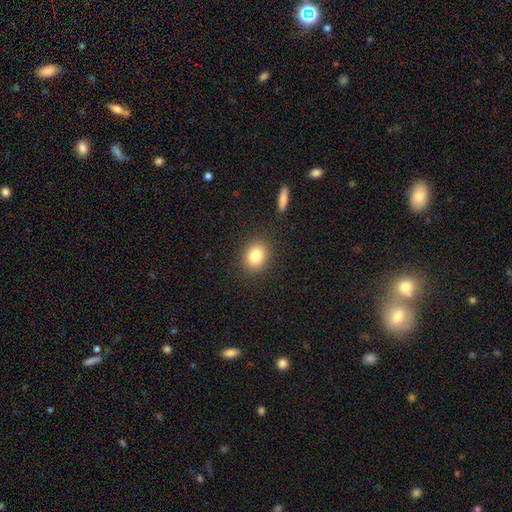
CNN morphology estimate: Smooth or featured?
  - smooth: 81% *
  - star or artifact: 10%
  - featured or disk: 8%
How rounded?
  - round: 61% *
  - in between: 38%
  - cigar-shaped: 1%
Merging?
  - none: 87% *
  - minor disturbance: 8%
  - major disturbance: 3%
  - merger: 2%